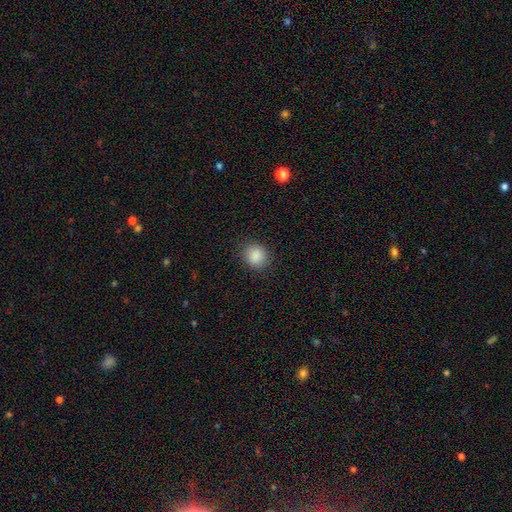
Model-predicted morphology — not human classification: A smooth galaxy with no disk features (88%) that is round (77%). Merging: none (87%).